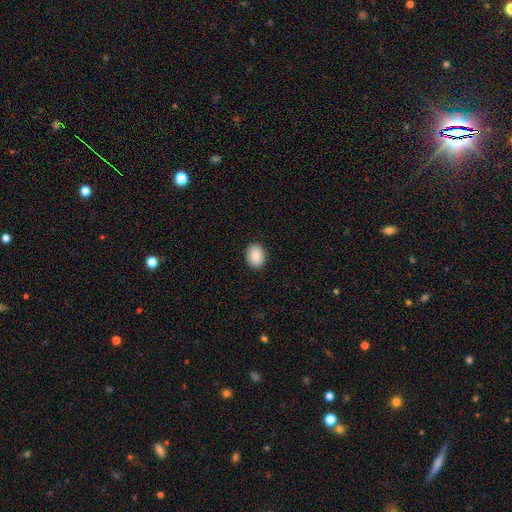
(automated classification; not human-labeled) Q: Smooth or featured?
A: smooth (89%); runner-up: star or artifact (7%)
Q: How rounded?
A: in between (62%); runner-up: round (37%)
Q: Merging?
A: none (91%); runner-up: minor disturbance (7%)